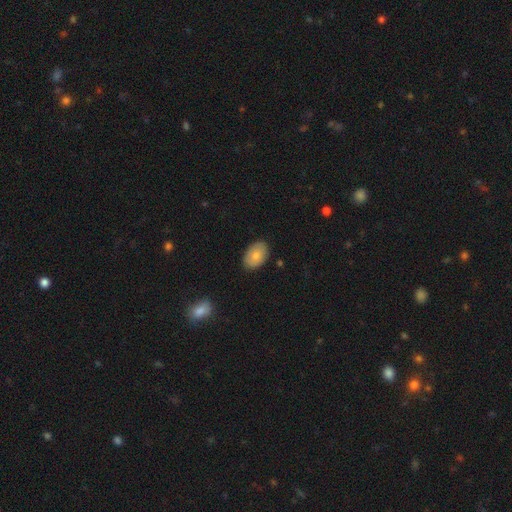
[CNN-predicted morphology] Smooth or featured?
  - smooth: 79% *
  - featured or disk: 15%
  - star or artifact: 7%
How rounded?
  - in between: 87% *
  - round: 12%
  - cigar-shaped: 1%
Merging?
  - none: 85% *
  - minor disturbance: 12%
  - major disturbance: 2%
  - merger: 1%